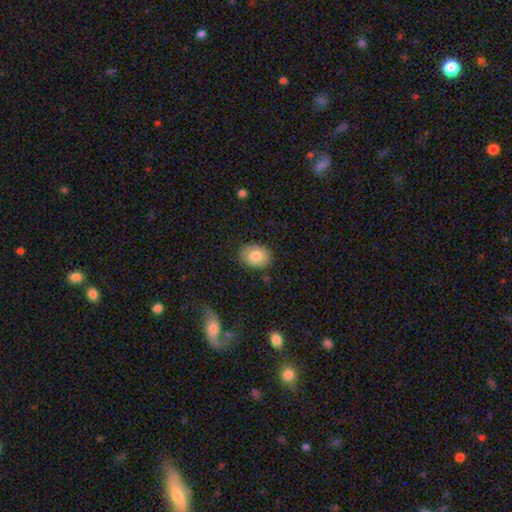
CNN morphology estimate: This is likely a smooth galaxy (79%). How rounded: likely in between (62%). Merging: clearly none (83%).